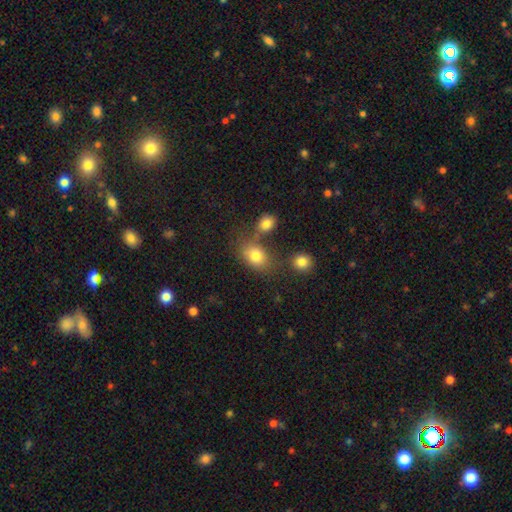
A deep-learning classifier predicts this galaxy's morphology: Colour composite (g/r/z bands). It shows a smooth galaxy with no disk features (78%) that is in between round and cigar-shaped (68%). Merging: none (57%).